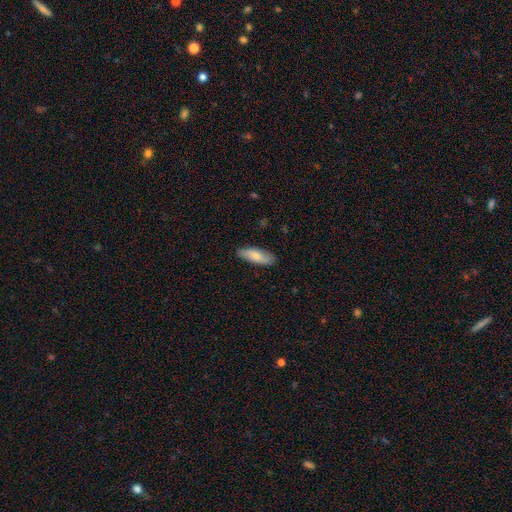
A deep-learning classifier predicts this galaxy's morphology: A smooth galaxy with no disk features (76%) that is in between round and cigar-shaped (61%).

Vote fractions:
- Smooth or featured? smooth: 76% / featured or disk: 19% / star or artifact: 6%
- How rounded? in between: 61% / cigar-shaped: 37% / round: 2%
- Merging? none: 84% / minor disturbance: 12% / major disturbance: 2% / merger: 1%